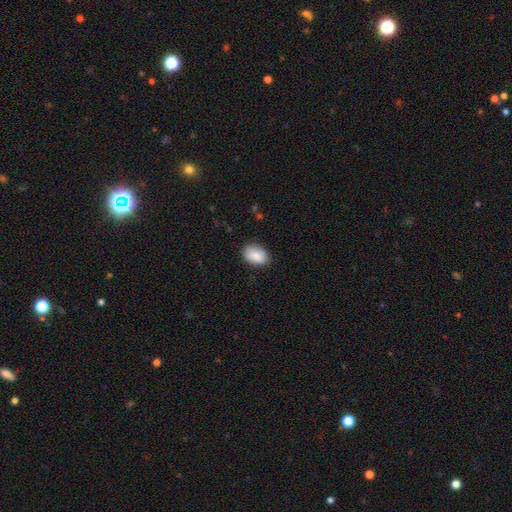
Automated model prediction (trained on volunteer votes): Smooth or featured? smooth (86%)
How rounded? in between (85%)
Merging? none (82%)